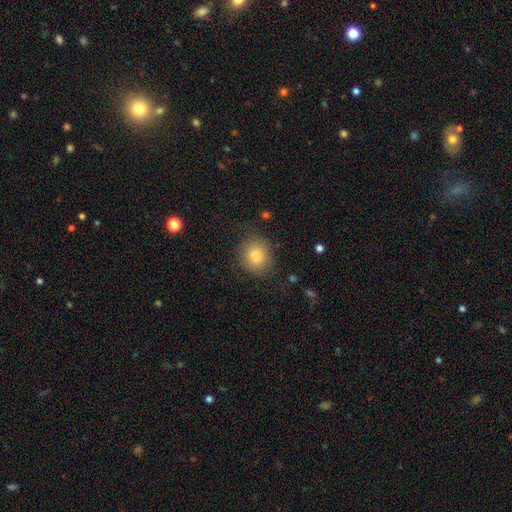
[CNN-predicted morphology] Smooth or featured?
  - smooth: 83% *
  - star or artifact: 10%
  - featured or disk: 7%
How rounded?
  - round: 68% *
  - in between: 31%
  - cigar-shaped: 1%
Merging?
  - none: 79% *
  - minor disturbance: 15%
  - major disturbance: 5%
  - merger: 1%